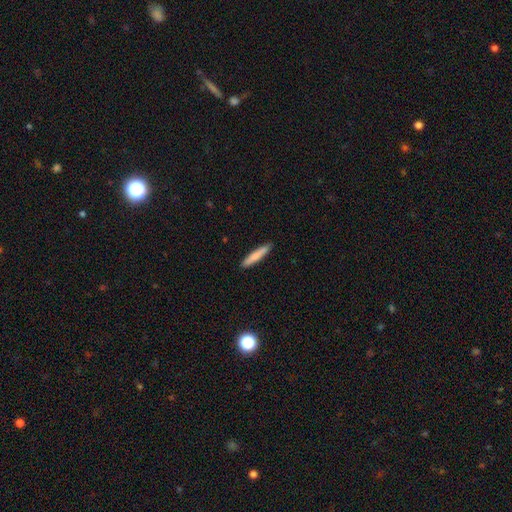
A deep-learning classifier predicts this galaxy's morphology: Smooth or featured? Predicted: smooth (p=0.81). How rounded? Predicted: cigar-shaped (p=0.92). Merging? Predicted: none (p=0.90).